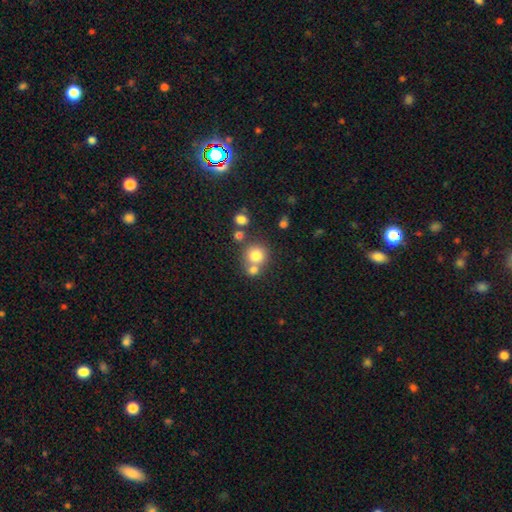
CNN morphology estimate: smooth-or-featured: smooth: 77% | star or artifact: 12% | featured or disk: 11%
  how-rounded: round: 88% | in between: 11% | cigar-shaped: 1%
  merging: none: 52% | merger: 37% | minor disturbance: 8% | major disturbance: 4%